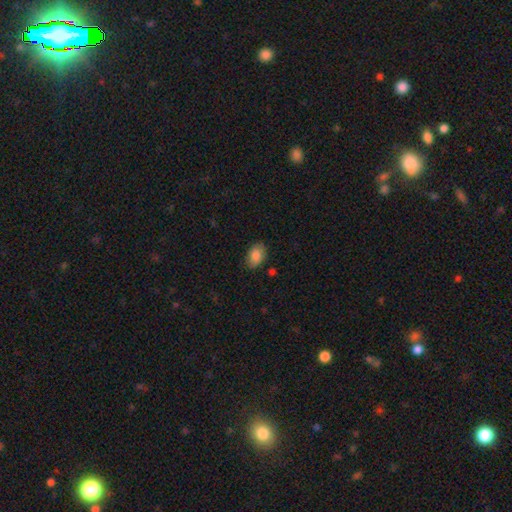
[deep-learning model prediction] smooth_or_featured: smooth (p=0.85) [alt: featured or disk p=0.08]
how_rounded: in between (p=0.87) [alt: round p=0.12]
merging: none (p=0.81) [alt: minor disturbance p=0.14]